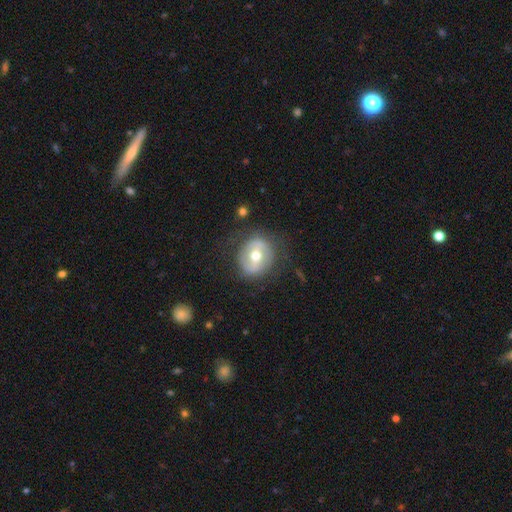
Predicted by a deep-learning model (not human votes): Overall: featured or disk (56%; smooth 37%). Edge-on disk: no (95%). Bar: weak (38%; strong 34%). Spiral arms: no (56%; yes 44%). Bulge size: moderate (75%). Merging: none (77%).